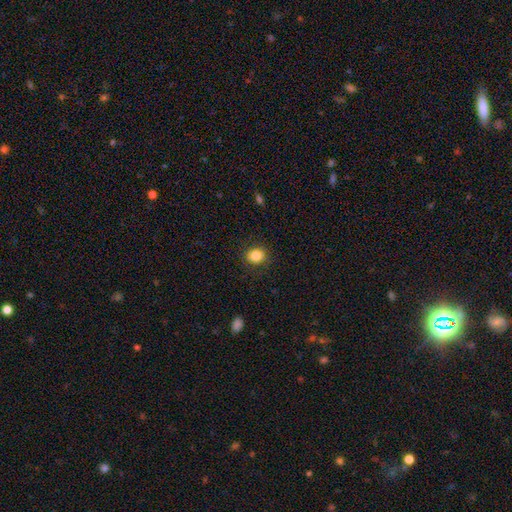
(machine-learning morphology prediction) This is clearly a smooth galaxy (85%). How rounded: likely round (69%). Merging: clearly none (88%).